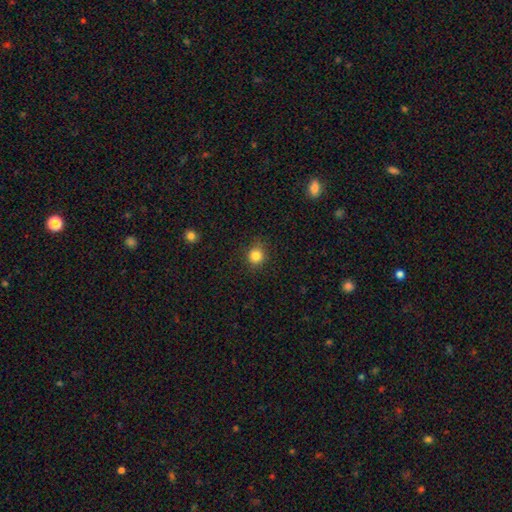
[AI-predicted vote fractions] smooth_or_featured: smooth (p=0.84) [alt: star or artifact p=0.12]
how_rounded: round (p=0.87) [alt: in between p=0.12]
merging: none (p=0.85) [alt: minor disturbance p=0.11]